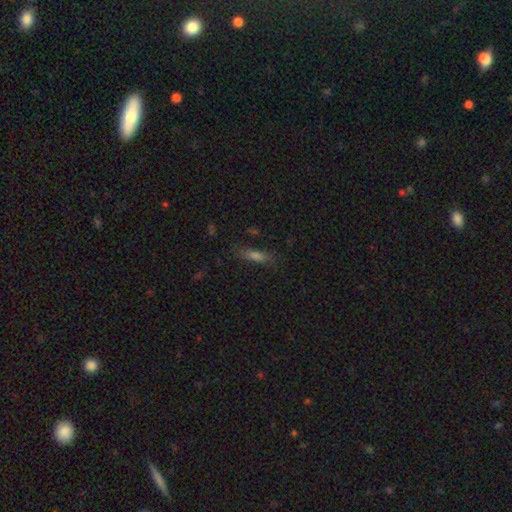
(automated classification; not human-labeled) The model was most divided on "how rounded": cigar-shaped: 67%, in between: 29%, round: 3%. More confident: merging — none (79%); smooth or featured — smooth (63%).